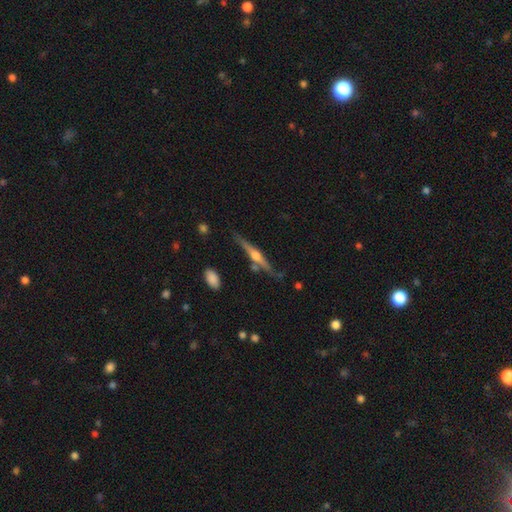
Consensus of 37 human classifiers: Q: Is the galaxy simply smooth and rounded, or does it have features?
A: featured or disk — 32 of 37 (86%).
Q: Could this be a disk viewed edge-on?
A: yes — 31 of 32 (97%).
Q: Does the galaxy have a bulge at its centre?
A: rounded — 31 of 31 (100%).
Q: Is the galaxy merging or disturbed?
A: none — 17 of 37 (46%).